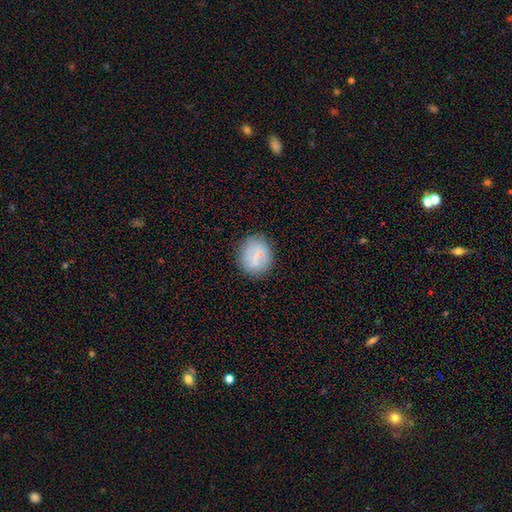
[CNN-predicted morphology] Overall: smooth (63%; featured or disk 26%). How rounded: round (76%). Merging: none (77%).